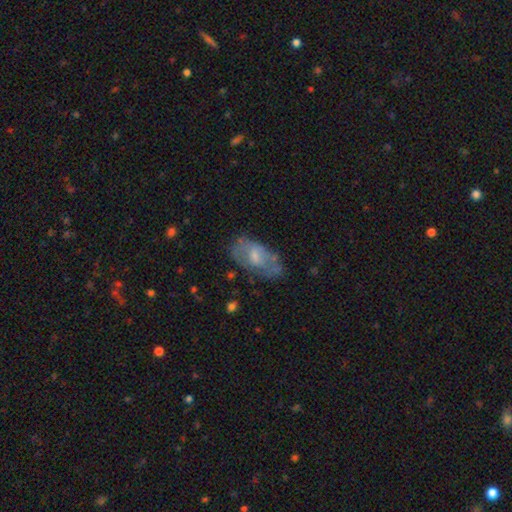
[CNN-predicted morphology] Smooth or featured: featured or disk — 49% (smooth — 43%)
Merging: none — 55% (minor disturbance — 27%)